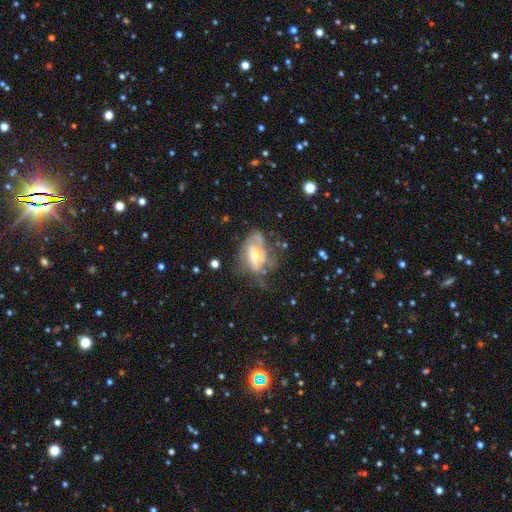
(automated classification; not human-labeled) This appears to be a featured or disk galaxy (60%) with no bar (69%), spiral arms (57%) and a moderate central bulge (60%). Merging: none (38%).